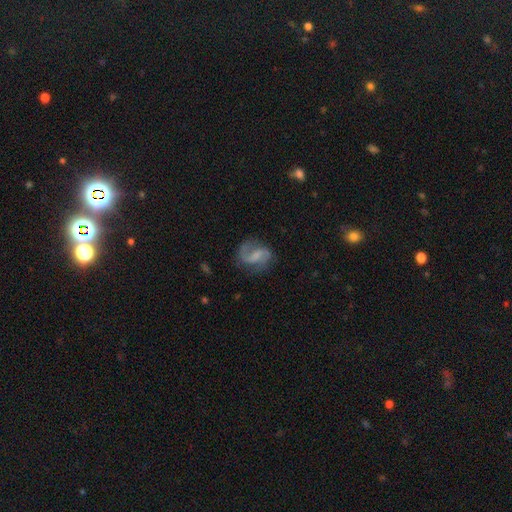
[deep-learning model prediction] Smooth or featured: featured or disk — 76% (smooth — 17%)
Edge-on disk: no — 98% (yes — 2%)
Bar: weak — 50% (strong — 25%)
Spiral arms: yes — 94% (no — 6%)
Spiral winding: loose — 46% (medium — 42%)
Spiral arm count: 2 — 84% (1 — 8%)
Bulge size: small — 38% (none — 37%)
Merging: none — 69% (minor disturbance — 18%)